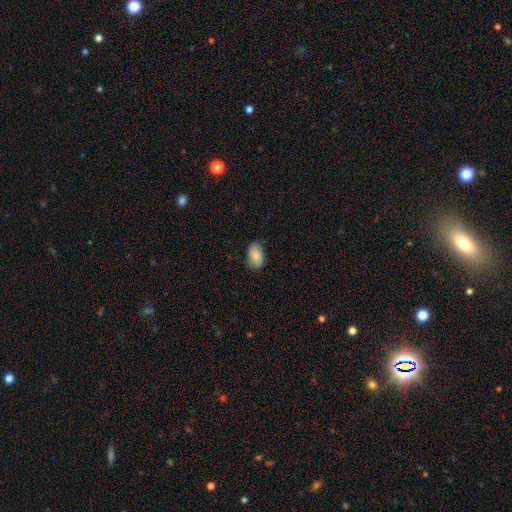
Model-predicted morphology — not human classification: smooth_or_featured: smooth (p=0.85) [alt: featured or disk p=0.08]
how_rounded: in between (p=0.91) [alt: round p=0.07]
merging: none (p=0.81) [alt: minor disturbance p=0.15]